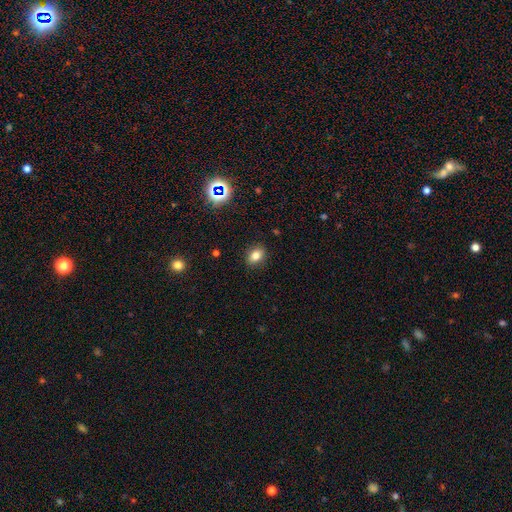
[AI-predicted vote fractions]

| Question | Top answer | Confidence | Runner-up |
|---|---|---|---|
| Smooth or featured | smooth | 78% | star or artifact (13%) |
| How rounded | in between | 73% | round (26%) |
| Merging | none | 88% | minor disturbance (9%) |